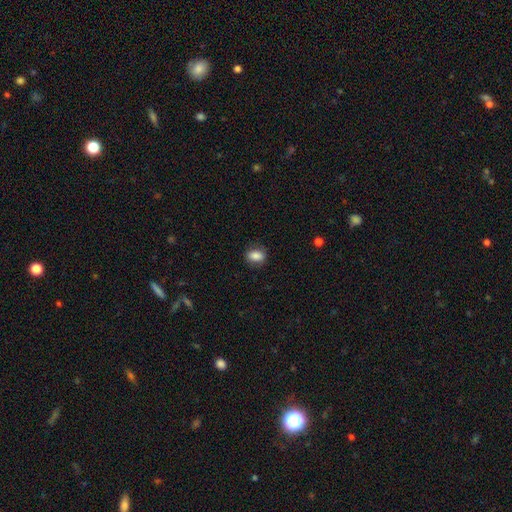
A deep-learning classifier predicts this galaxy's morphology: Overall: smooth (85%). How rounded: in between (72%). Merging: none (83%).